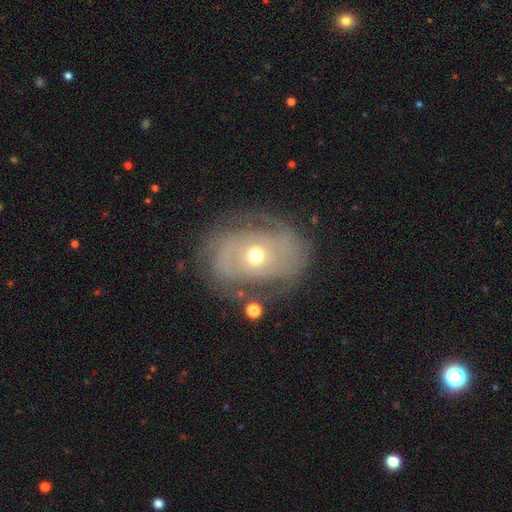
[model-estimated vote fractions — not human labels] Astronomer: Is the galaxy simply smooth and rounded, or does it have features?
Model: featured or disk — 78%.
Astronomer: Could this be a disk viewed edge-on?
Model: no — 95%.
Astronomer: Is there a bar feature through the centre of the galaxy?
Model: no — 70%.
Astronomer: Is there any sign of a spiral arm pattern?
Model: yes — 81%.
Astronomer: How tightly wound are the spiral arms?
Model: tight — 59%.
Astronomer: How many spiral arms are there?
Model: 2 — 38% (runner-up: can't tell, 36%).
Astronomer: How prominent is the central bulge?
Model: moderate — 58% (runner-up: small, 37%).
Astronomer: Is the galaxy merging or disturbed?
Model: none — 62%.